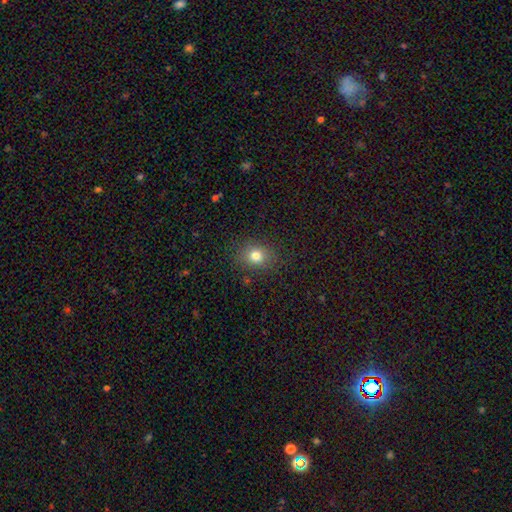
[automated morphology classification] smooth 78%, star or artifact 14%, featured or disk 9%. Down the decision tree: how rounded — round (62%); merging — none (85%).